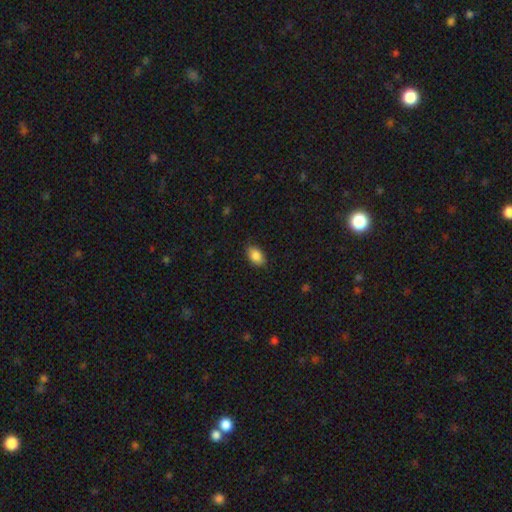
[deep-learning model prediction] A smooth galaxy with no disk features (87%) that is in between round and cigar-shaped (86%). Merging: none (84%).